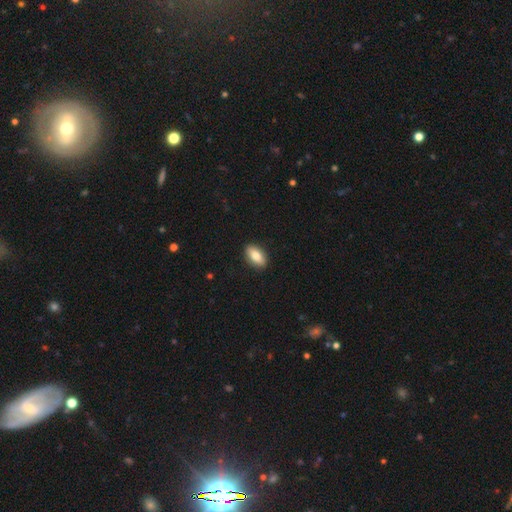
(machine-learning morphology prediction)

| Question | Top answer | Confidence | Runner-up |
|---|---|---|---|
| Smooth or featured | smooth | 81% | featured or disk (13%) |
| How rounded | in between | 88% | cigar-shaped (8%) |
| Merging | none | 90% | minor disturbance (8%) |